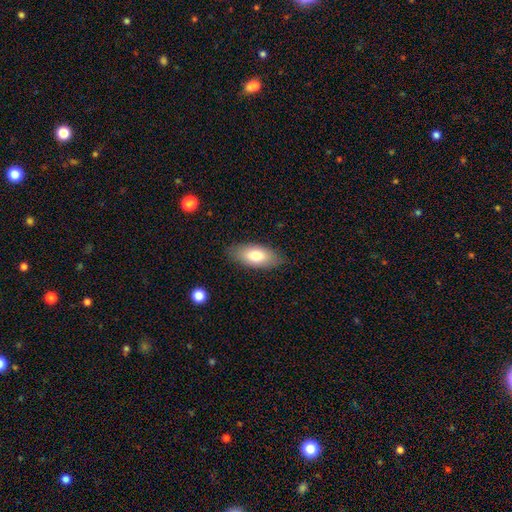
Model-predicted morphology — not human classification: smooth 75%, featured or disk 18%, star or artifact 7%. Down the decision tree: how rounded — in between (87%); merging — none (84%).